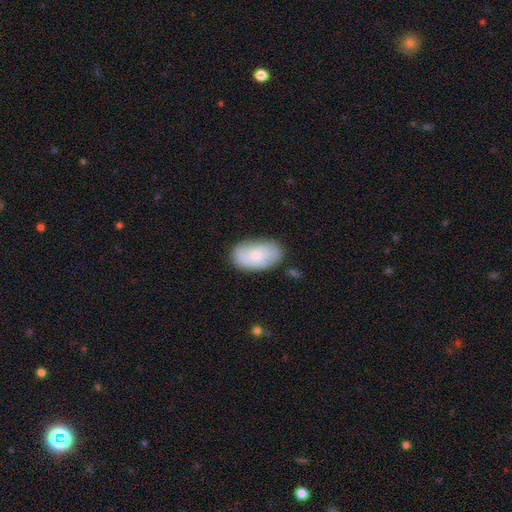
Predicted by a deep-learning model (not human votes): Smooth or featured? smooth (64%)
How rounded? in between (93%)
Merging? none (74%)